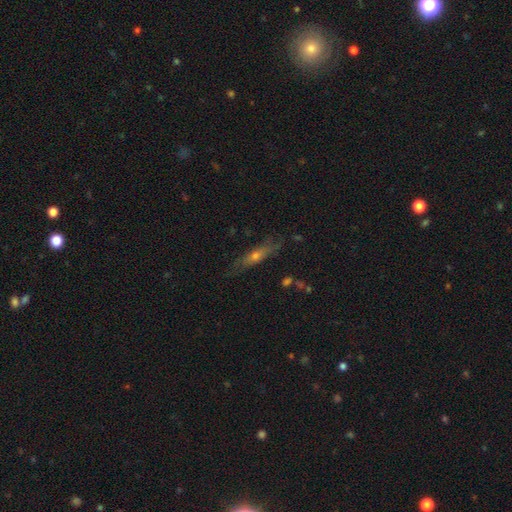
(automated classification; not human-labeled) Smooth or featured: featured or disk — 54% (smooth — 36%)
Edge-on disk: yes — 74% (no — 26%)
Merging: none — 76% (minor disturbance — 17%)